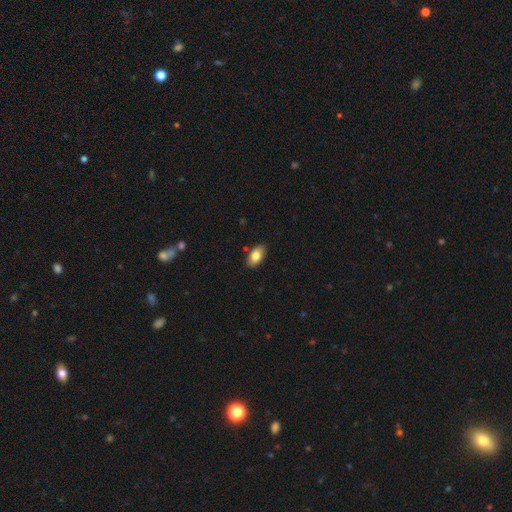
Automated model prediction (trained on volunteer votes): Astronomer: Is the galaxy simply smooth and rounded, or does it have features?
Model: smooth — 83%.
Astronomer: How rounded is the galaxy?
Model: in between — 93%.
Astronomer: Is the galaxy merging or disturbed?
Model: none — 87%.